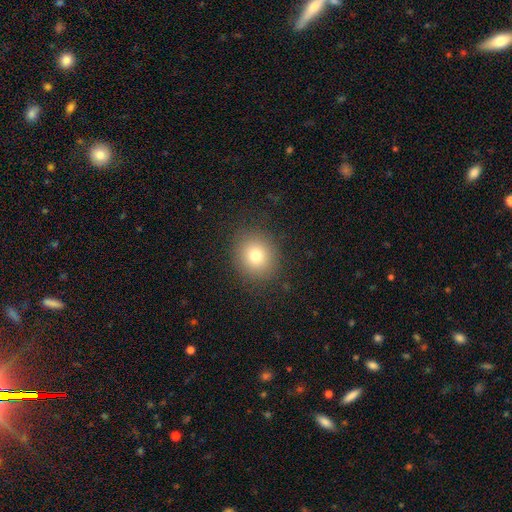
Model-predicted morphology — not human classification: This appears to be a smooth galaxy with no disk features (76%) that is round (83%). Merging: none (88%).